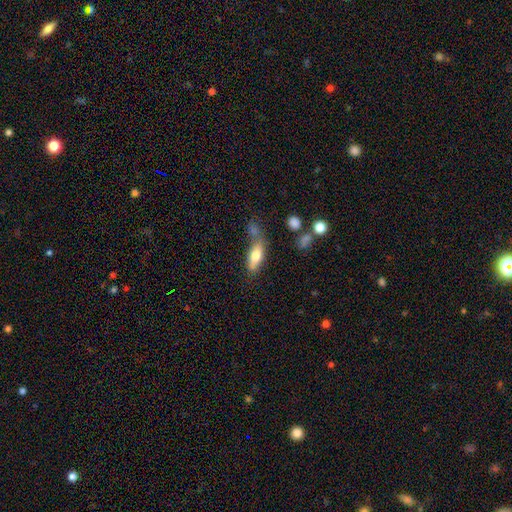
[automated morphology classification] type=smooth (70%); roundness=in between (66%); merging=none (50%).